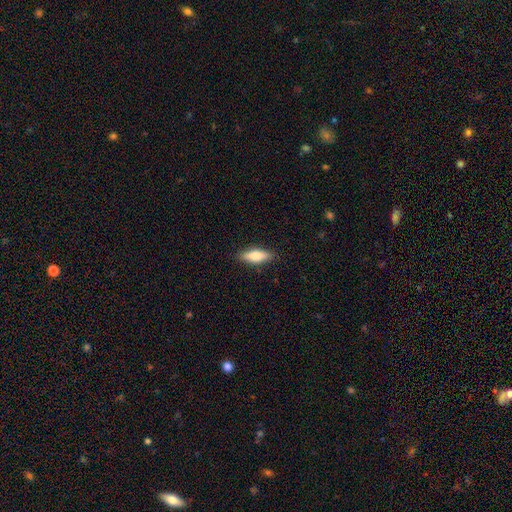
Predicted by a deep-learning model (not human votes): Smooth or featured: smooth — 75% (featured or disk — 19%)
How rounded: in between — 60% (cigar-shaped — 37%)
Merging: none — 88% (minor disturbance — 9%)